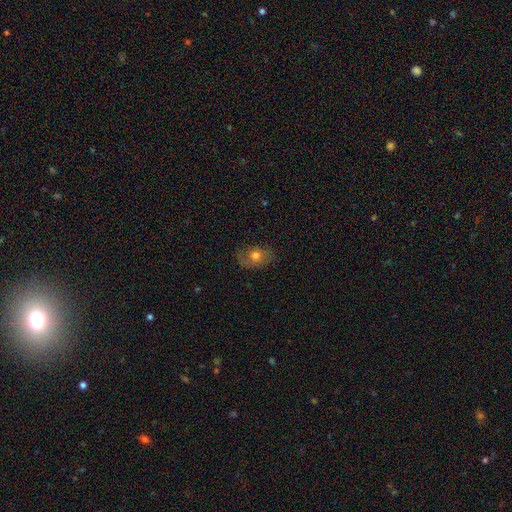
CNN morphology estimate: This appears to be a smooth galaxy with no disk features (62%) that is in between round and cigar-shaped (68%). Merging: none (71%).